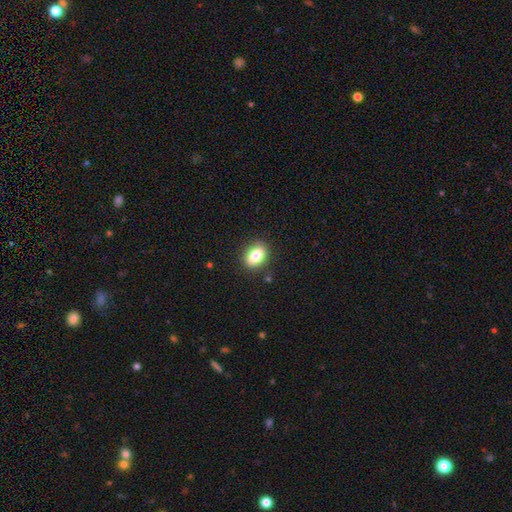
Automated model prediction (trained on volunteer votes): Smooth or featured? Predicted: smooth (p=0.81). How rounded? Predicted: in between (p=0.75). Merging? Predicted: none (p=0.87).